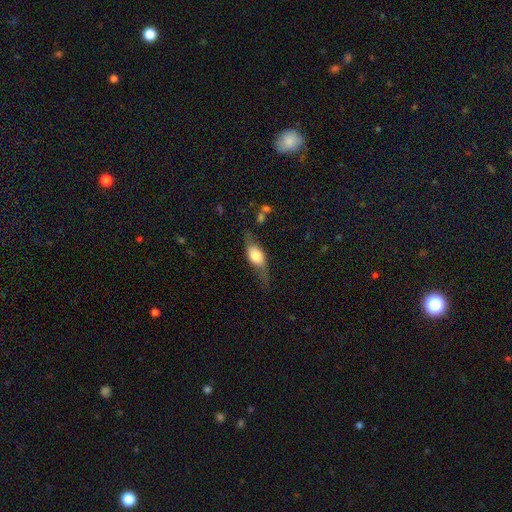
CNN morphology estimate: Smooth or featured? Predicted: smooth (p=0.55). How rounded? Predicted: in between (p=0.70). Merging? Predicted: none (p=0.61).